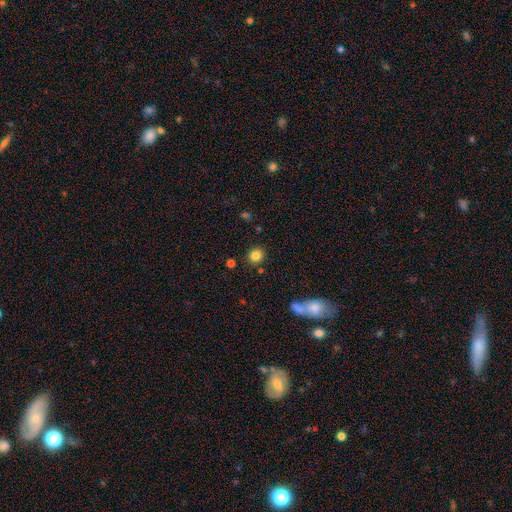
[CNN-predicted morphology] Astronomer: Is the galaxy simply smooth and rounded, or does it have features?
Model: smooth — 83%.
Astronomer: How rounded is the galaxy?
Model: round — 86%.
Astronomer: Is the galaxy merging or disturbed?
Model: none — 86%.